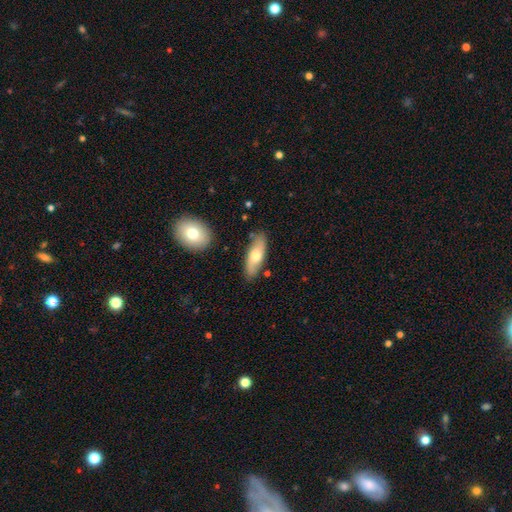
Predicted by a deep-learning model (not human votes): Q: Smooth or featured?
A: smooth (57%); runner-up: featured or disk (37%)
Q: How rounded?
A: in between (67%); runner-up: cigar-shaped (30%)
Q: Merging?
A: none (81%); runner-up: minor disturbance (13%)